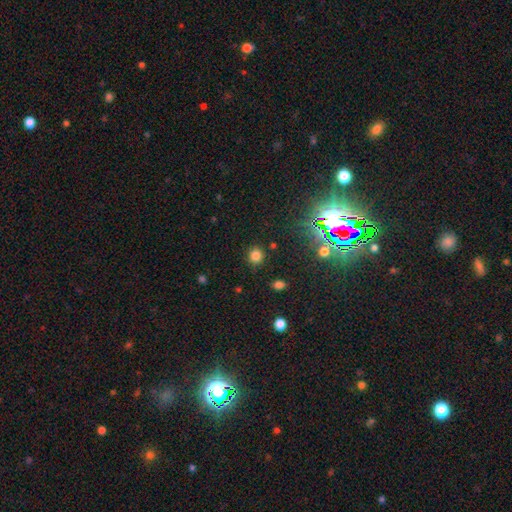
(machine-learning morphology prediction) smooth_or_featured: smooth (p=0.78) [alt: star or artifact p=0.17]
how_rounded: round (p=0.88) [alt: in between p=0.11]
merging: none (p=0.88) [alt: minor disturbance p=0.07]